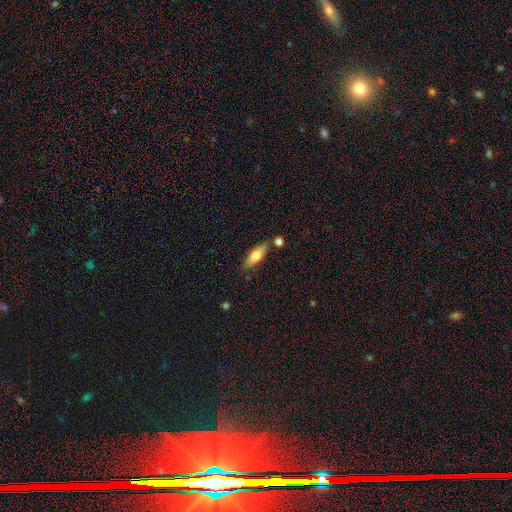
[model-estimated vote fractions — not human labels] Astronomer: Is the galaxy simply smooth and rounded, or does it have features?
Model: smooth — 67%.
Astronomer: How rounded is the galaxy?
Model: in between — 51% (runner-up: cigar-shaped, 46%).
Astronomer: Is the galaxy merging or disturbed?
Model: none — 74%.